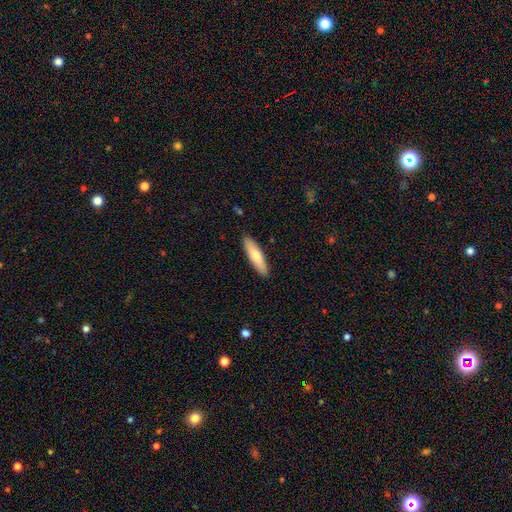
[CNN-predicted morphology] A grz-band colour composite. It shows a smooth galaxy with no disk features (73%) that is cigar-shaped (71%). Merging: none (90%).